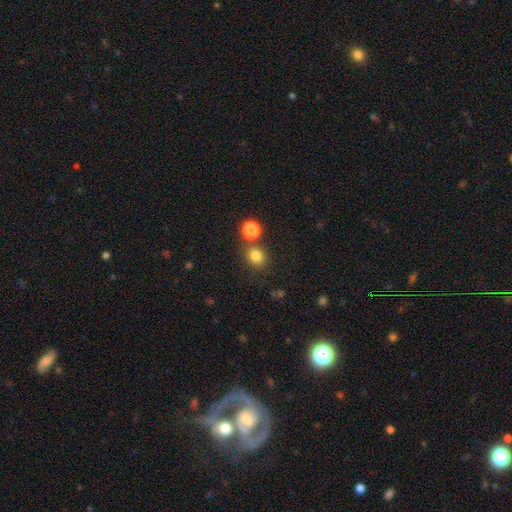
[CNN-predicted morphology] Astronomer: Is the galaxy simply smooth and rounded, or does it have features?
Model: smooth — 80%.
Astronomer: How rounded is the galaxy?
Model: round — 76%.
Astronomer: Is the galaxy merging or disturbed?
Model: none — 73%.